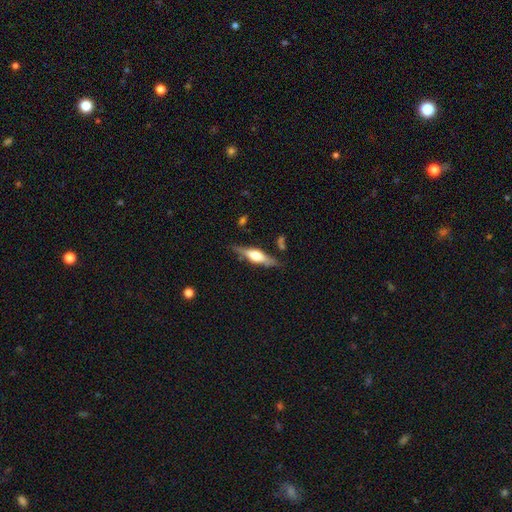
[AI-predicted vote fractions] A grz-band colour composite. It shows a featured or disk galaxy (66%) viewed edge-on (95%) with a rounded central bulge (85%). Merging: none (79%).